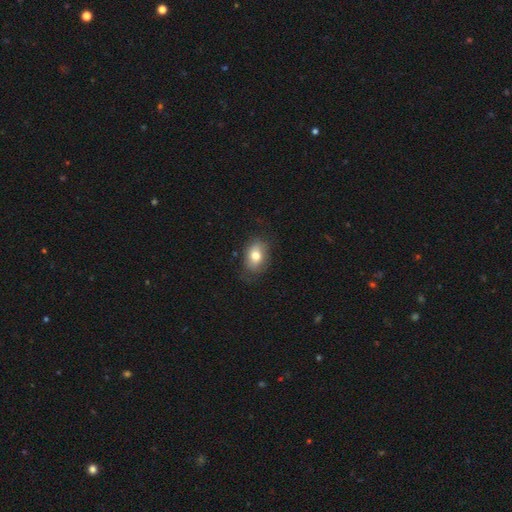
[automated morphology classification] Overall: smooth (75%). How rounded: in between (80%). Merging: none (73%).